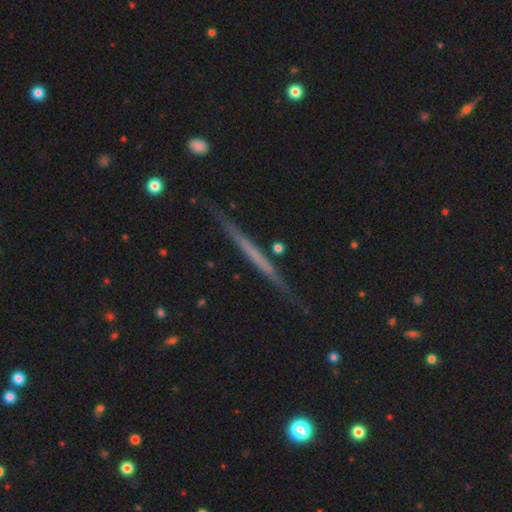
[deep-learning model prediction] smooth_or_featured: featured or disk (p=0.59) [alt: smooth p=0.34]
disk_edge_on: yes (p=0.97) [alt: no p=0.03]
edge_on_bulge: none (p=0.91) [alt: rounded p=0.05]
merging: none (p=0.88) [alt: minor disturbance p=0.08]